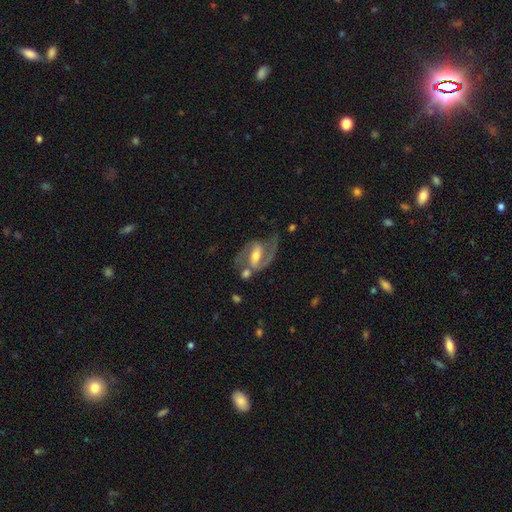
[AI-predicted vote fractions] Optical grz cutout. It shows a featured or disk galaxy (88%) with a strong bar (45%), 2 (90%) medium (59%) spiral arms (96%) and a moderate central bulge (60%). Merging: none (66%).